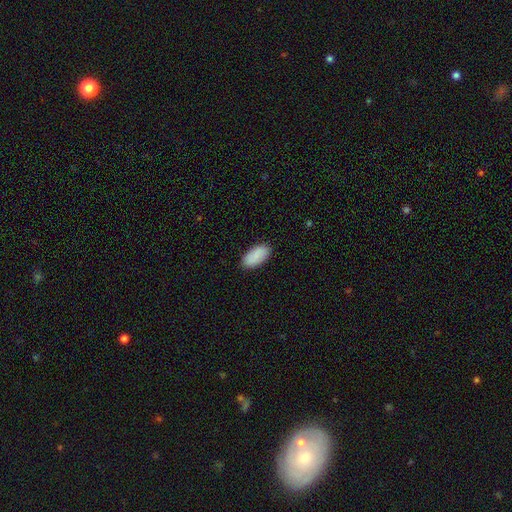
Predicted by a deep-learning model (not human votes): Smooth or featured? smooth (88%)
How rounded? in between (94%)
Merging? none (88%)